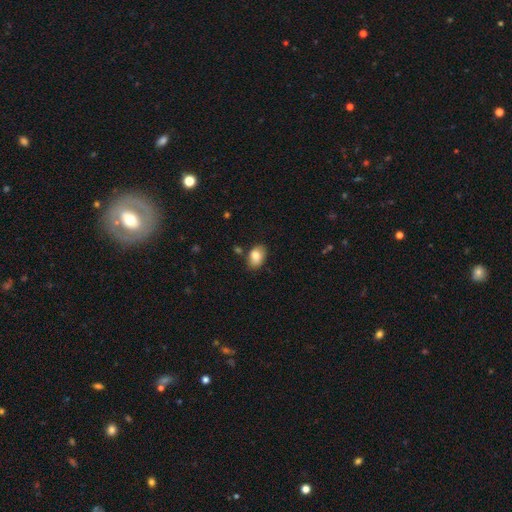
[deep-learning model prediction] Overall: smooth (83%). How rounded: in between (81%). Merging: none (75%).